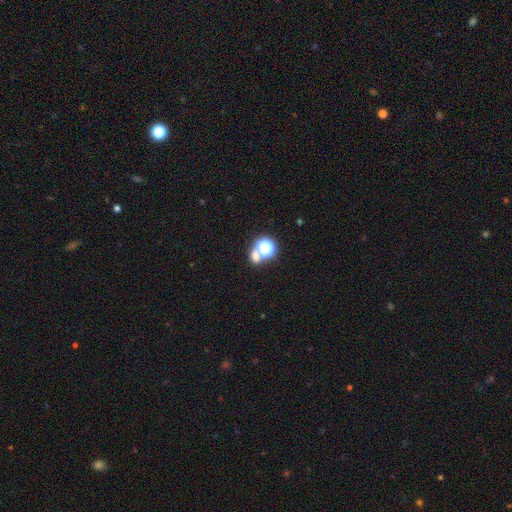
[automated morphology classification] Q: Smooth or featured?
A: smooth (49%); runner-up: star or artifact (41%)
Q: Merging?
A: none (55%); runner-up: merger (32%)